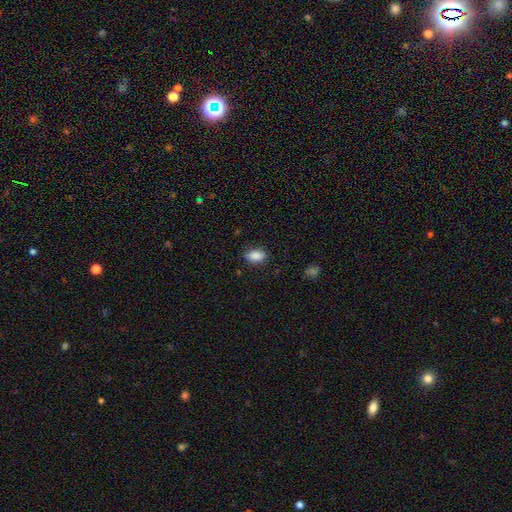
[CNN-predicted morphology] This is clearly a smooth galaxy (87%). How rounded: clearly in between (87%). Merging: likely none (80%).